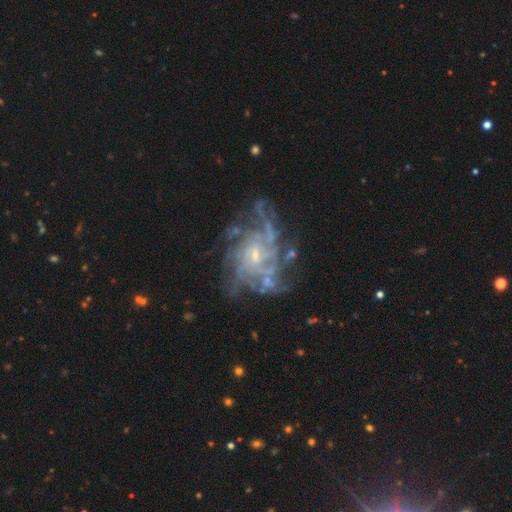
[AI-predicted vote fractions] Smooth or featured: featured or disk — 87% (star or artifact — 8%)
Edge-on disk: no — 98% (yes — 2%)
Bar: no — 59% (weak — 34%)
Spiral arms: yes — 94% (no — 6%)
Spiral winding: tight — 52% (medium — 35%)
Spiral arm count: can't tell — 28% (more than 4 — 26%)
Bulge size: small — 69% (moderate — 23%)
Merging: none — 63% (minor disturbance — 18%)